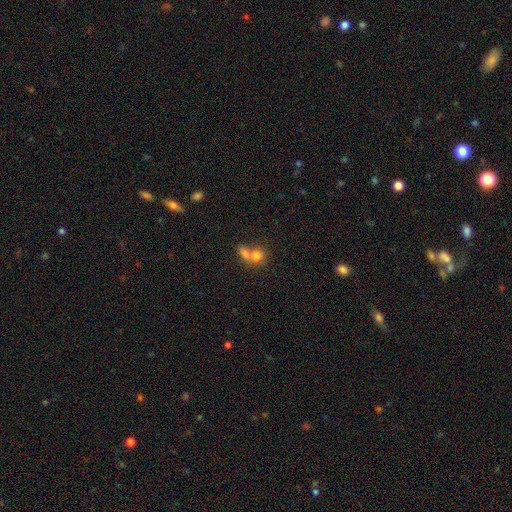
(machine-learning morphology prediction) A smooth galaxy with no disk features (74%) that is round (66%). Merging: merger (65%).